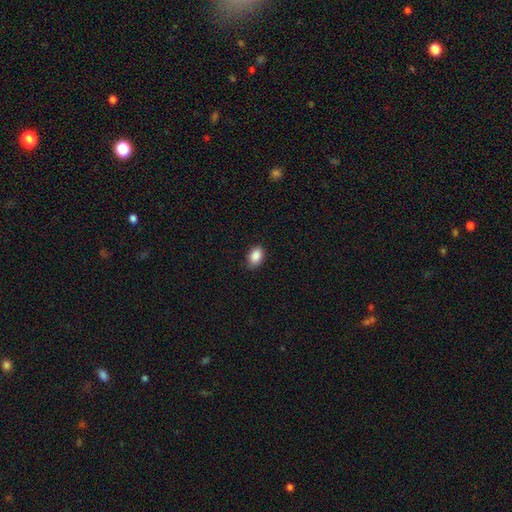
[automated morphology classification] A smooth galaxy with no disk features (89%) that is in between round and cigar-shaped (84%).

Vote fractions:
- Smooth or featured? smooth: 89% / star or artifact: 8% / featured or disk: 3%
- How rounded? in between: 84% / round: 15% / cigar-shaped: 1%
- Merging? none: 84% / minor disturbance: 13% / major disturbance: 2% / merger: 1%